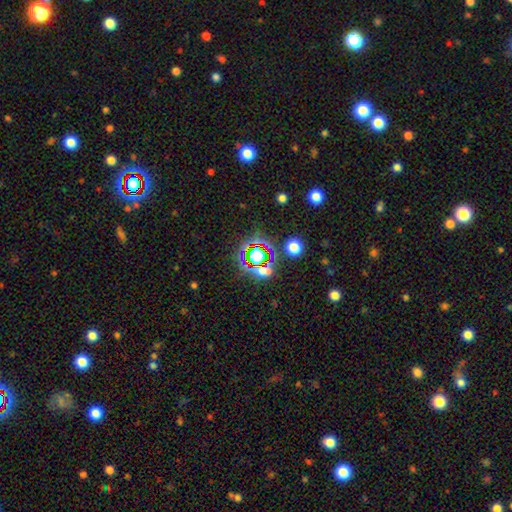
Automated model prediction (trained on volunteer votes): Smooth or featured?
  - star or artifact: 64% *
  - smooth: 24%
  - featured or disk: 12%